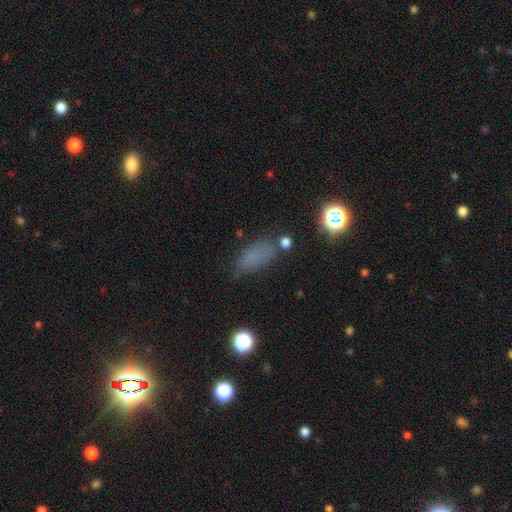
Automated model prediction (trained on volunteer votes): smooth_or_featured: smooth (p=0.72) [alt: star or artifact p=0.19]
how_rounded: in between (p=0.78) [alt: cigar-shaped p=0.16]
merging: none (p=0.70) [alt: minor disturbance p=0.19]